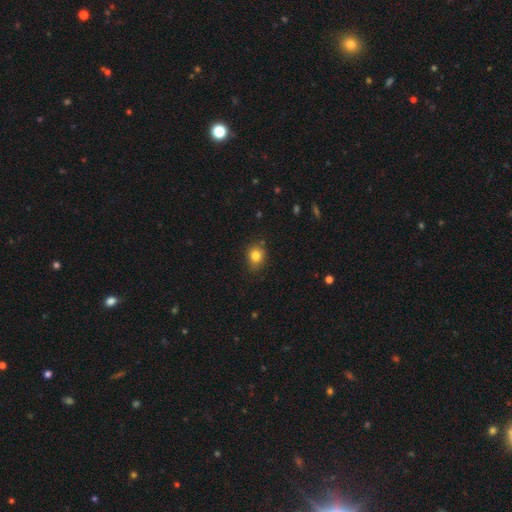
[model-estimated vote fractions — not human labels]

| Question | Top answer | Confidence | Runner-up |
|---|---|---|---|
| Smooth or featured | smooth | 82% | star or artifact (11%) |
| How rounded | round | 60% | in between (39%) |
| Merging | none | 80% | minor disturbance (15%) |